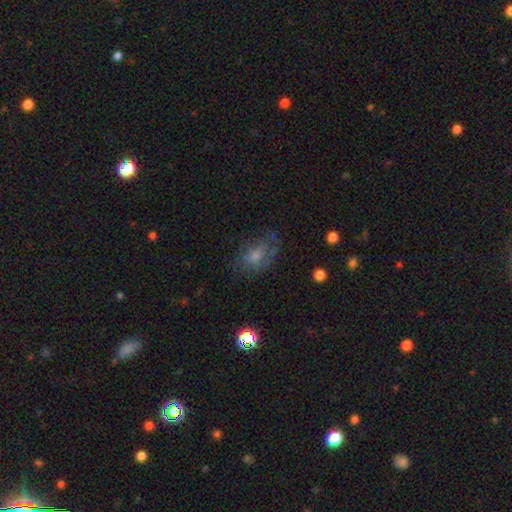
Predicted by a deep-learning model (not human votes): smooth_or_featured: featured or disk (p=0.43) [alt: smooth p=0.41]
merging: none (p=0.57) [alt: minor disturbance p=0.23]